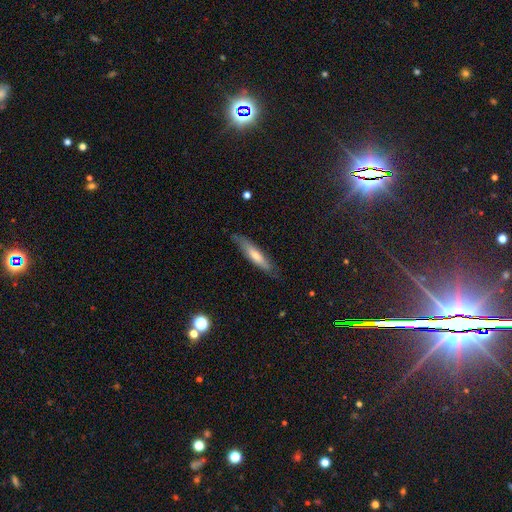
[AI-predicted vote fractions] Smooth or featured: smooth — 61% (featured or disk — 34%)
How rounded: cigar-shaped — 82% (in between — 17%)
Merging: none — 76% (minor disturbance — 18%)